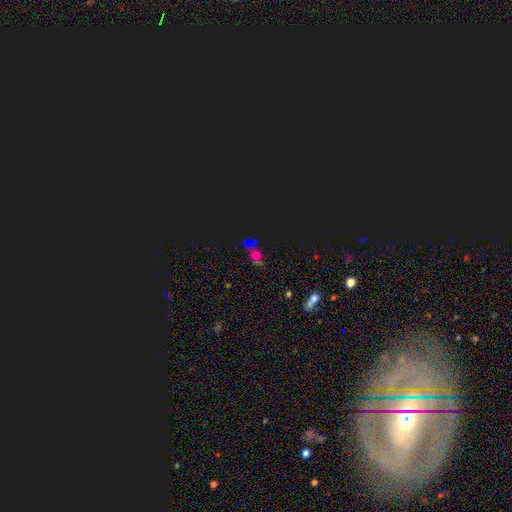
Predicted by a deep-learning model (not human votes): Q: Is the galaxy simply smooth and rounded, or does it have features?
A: star or artifact — 45%.